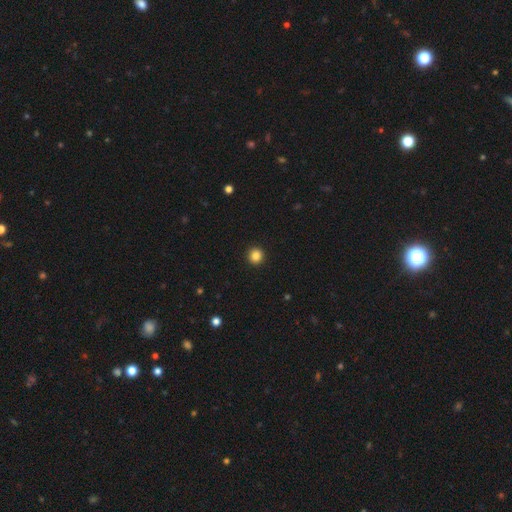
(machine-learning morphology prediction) smooth 86%, star or artifact 11%, featured or disk 3%. Down the decision tree: how rounded — round (94%); merging — none (93%).